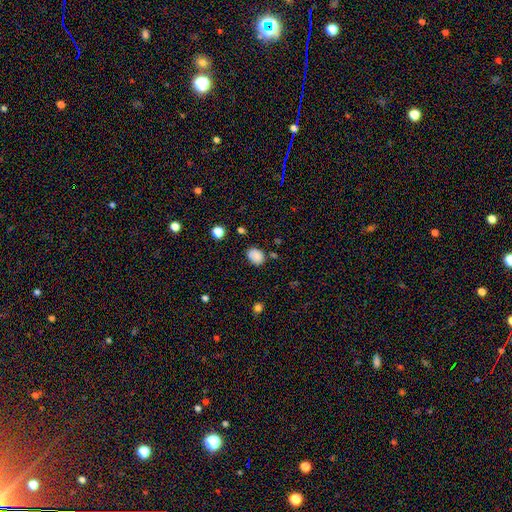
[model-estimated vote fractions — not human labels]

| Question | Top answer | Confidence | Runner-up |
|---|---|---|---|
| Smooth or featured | smooth | 85% | star or artifact (10%) |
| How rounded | in between | 59% | round (40%) |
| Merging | none | 75% | minor disturbance (18%) |